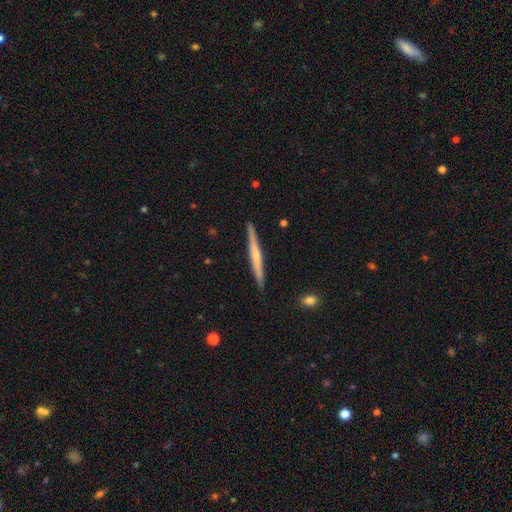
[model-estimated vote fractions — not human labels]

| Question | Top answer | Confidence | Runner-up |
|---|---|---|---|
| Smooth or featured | featured or disk | 60% | smooth (35%) |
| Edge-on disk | yes | 98% | no (2%) |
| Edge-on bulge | rounded | 46% | tied: none (46%) |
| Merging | none | 91% | minor disturbance (7%) |